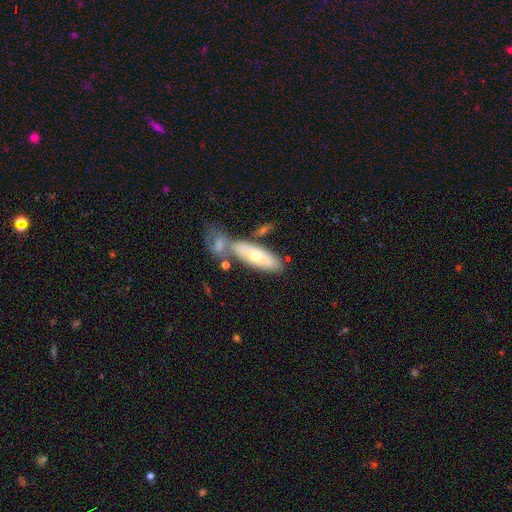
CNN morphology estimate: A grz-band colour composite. It shows a featured or disk galaxy (47%). Merging: none (47%).